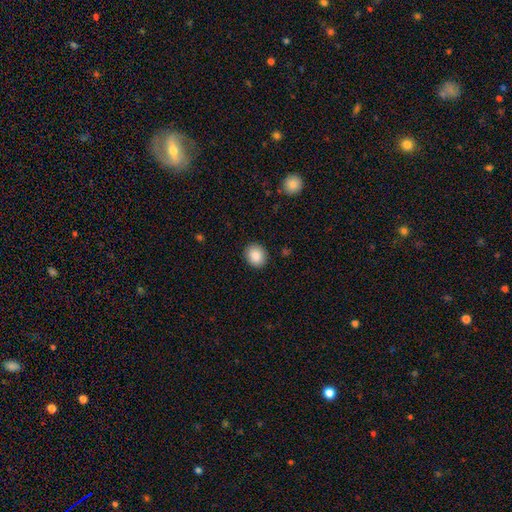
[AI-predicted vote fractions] This is clearly a smooth galaxy (88%). How rounded: likely round (65%). Merging: clearly none (90%).